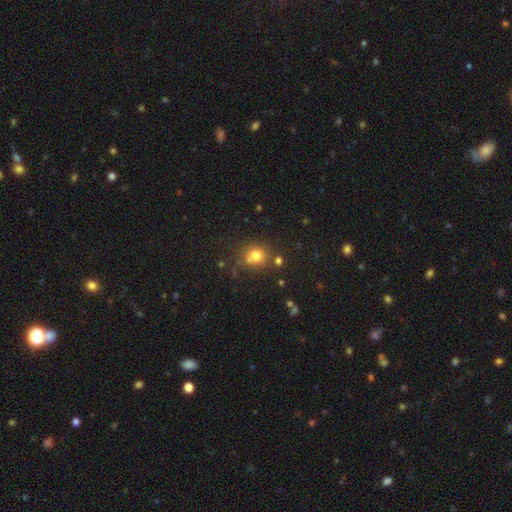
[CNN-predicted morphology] Overall: smooth (73%). How rounded: round (86%). Merging: none (67%).